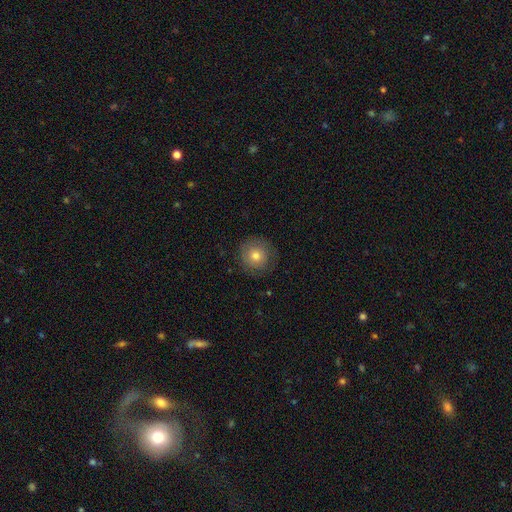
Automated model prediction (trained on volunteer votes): Smooth or featured? smooth (74%)
How rounded? round (95%)
Merging? none (84%)